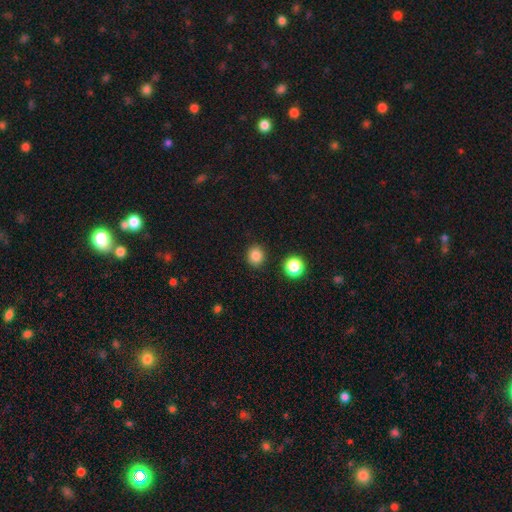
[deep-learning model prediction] smooth 84%, star or artifact 12%, featured or disk 4%. Down the decision tree: how rounded — round (83%); merging — none (90%).